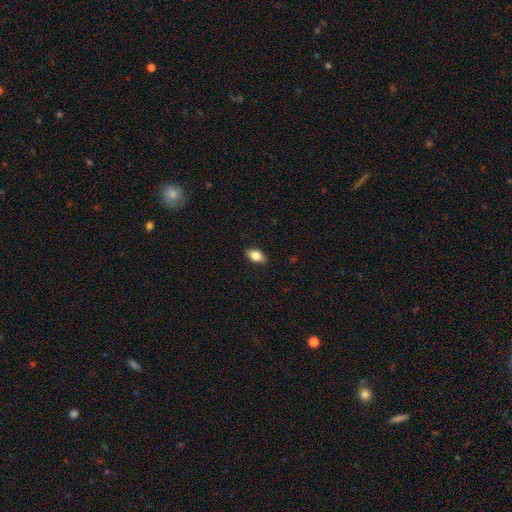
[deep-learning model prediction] This is likely a smooth galaxy (78%). How rounded: clearly in between (87%). Merging: clearly none (88%).